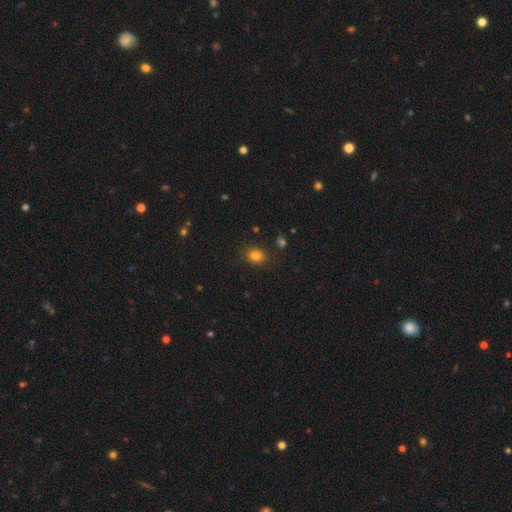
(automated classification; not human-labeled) Smooth or featured?
  - smooth: 81% *
  - star or artifact: 13%
  - featured or disk: 6%
How rounded?
  - round: 58% *
  - in between: 41%
  - cigar-shaped: 1%
Merging?
  - none: 86% *
  - minor disturbance: 9%
  - major disturbance: 3%
  - merger: 2%